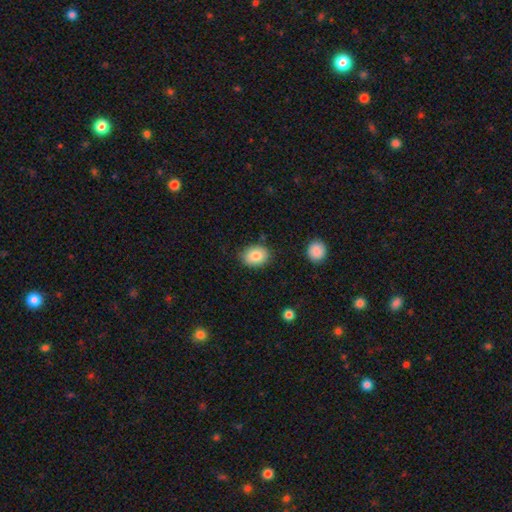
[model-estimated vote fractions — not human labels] Q: Smooth or featured?
A: smooth (84%); runner-up: star or artifact (8%)
Q: How rounded?
A: in between (62%); runner-up: round (37%)
Q: Merging?
A: none (83%); runner-up: minor disturbance (12%)